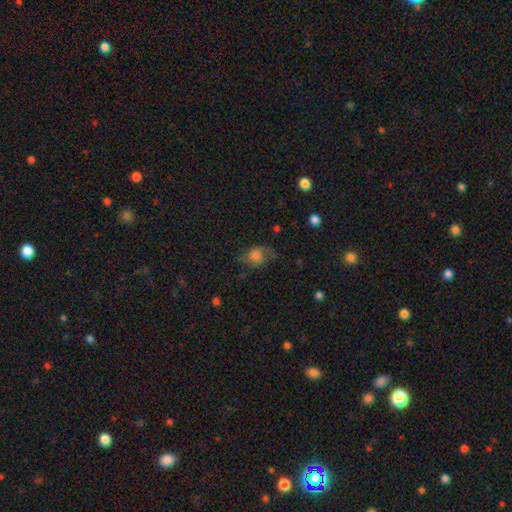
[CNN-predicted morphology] smooth_or_featured: smooth (p=0.59) [alt: featured or disk p=0.28]
how_rounded: in between (p=0.51) [alt: round p=0.47]
merging: none (p=0.54) [alt: minor disturbance p=0.27]